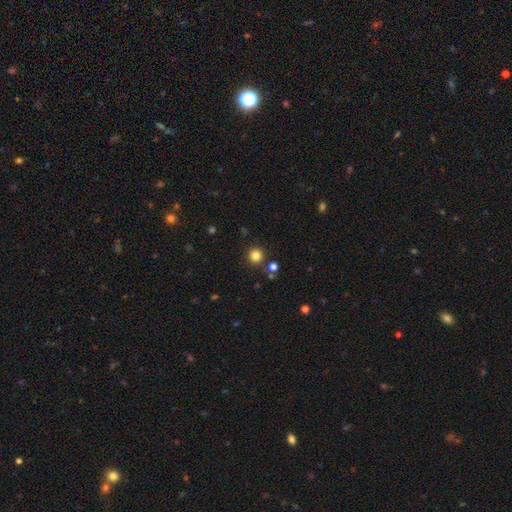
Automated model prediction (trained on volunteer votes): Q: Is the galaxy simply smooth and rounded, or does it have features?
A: smooth — 82%.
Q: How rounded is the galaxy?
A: round — 95%.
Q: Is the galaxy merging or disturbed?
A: none — 88%.